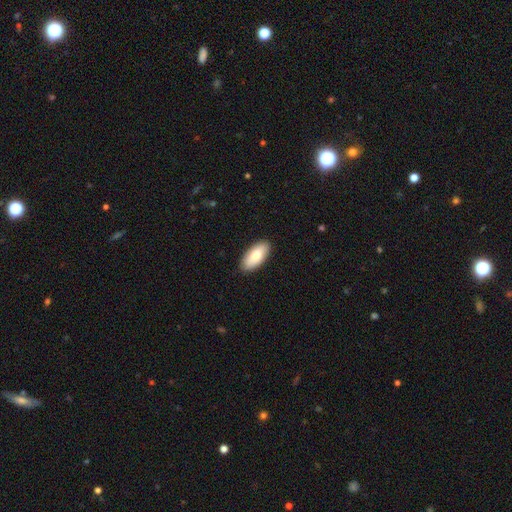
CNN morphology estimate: Smooth or featured? Predicted: smooth (p=0.81). How rounded? Predicted: in between (p=0.90). Merging? Predicted: none (p=0.90).